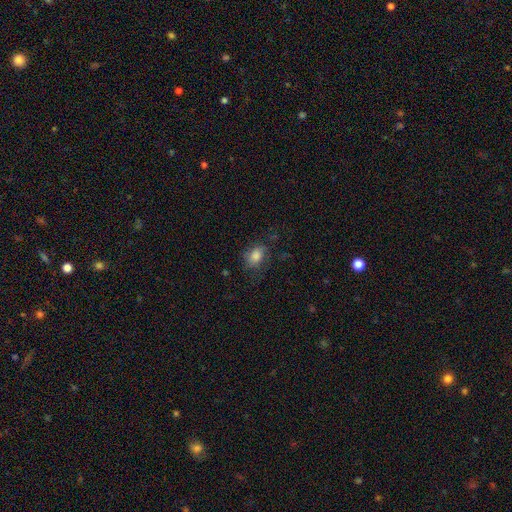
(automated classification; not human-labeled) The model was most divided on "merging": none: 65%, minor disturbance: 23%, major disturbance: 11%, merger: 2%. More confident: smooth or featured — smooth (80%); how rounded — in between (73%).